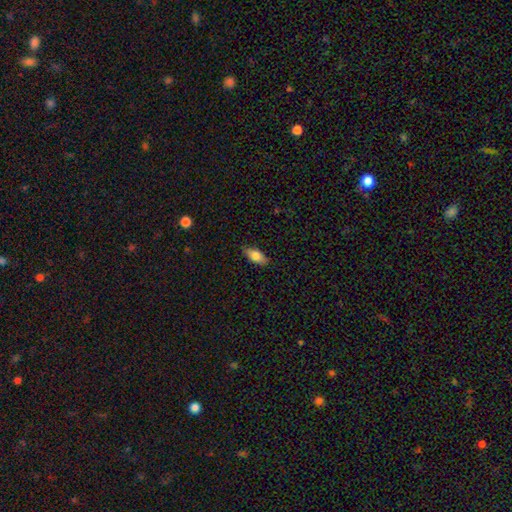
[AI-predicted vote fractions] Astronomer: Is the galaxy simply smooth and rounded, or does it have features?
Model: smooth — 78%.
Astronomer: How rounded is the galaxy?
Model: in between — 83%.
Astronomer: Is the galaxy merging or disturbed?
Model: none — 84%.